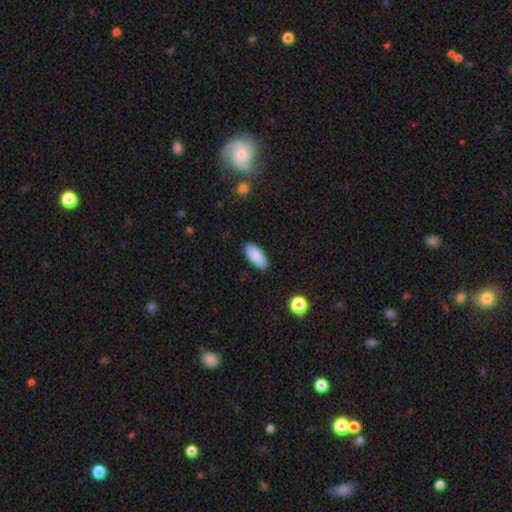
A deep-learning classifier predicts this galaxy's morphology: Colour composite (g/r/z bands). It shows a smooth galaxy with no disk features (87%) that is in between round and cigar-shaped (86%). Merging: none (86%).